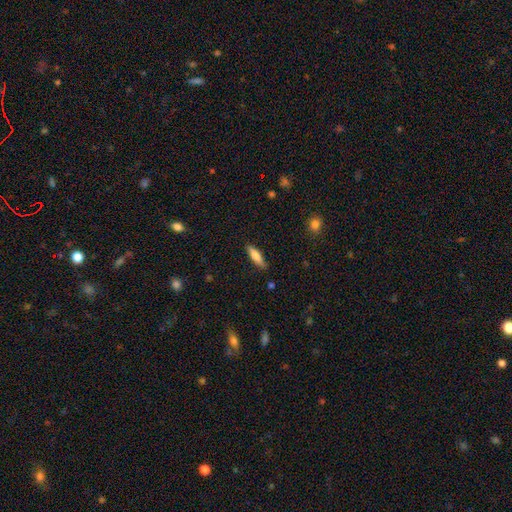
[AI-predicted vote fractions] Smooth or featured: smooth — 75% (featured or disk — 19%)
How rounded: cigar-shaped — 63% (in between — 35%)
Merging: none — 85% (minor disturbance — 11%)